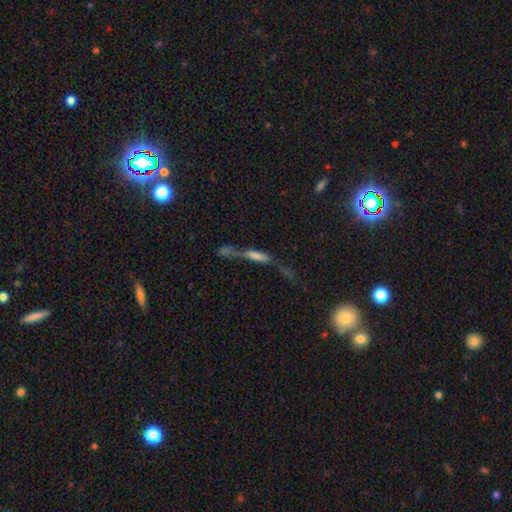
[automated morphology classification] A featured or disk galaxy (43%). Merging: merger (39%).